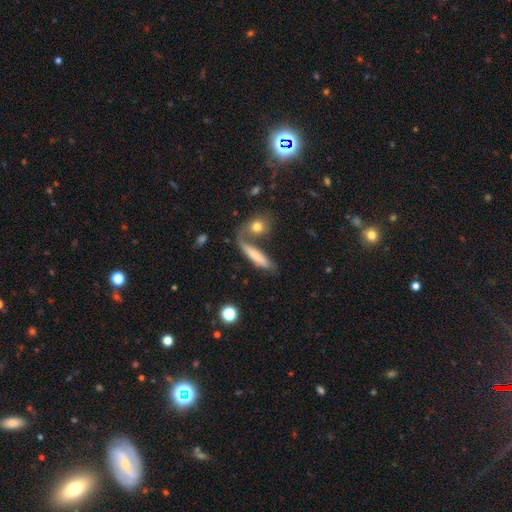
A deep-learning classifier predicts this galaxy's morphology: A smooth galaxy with no disk features (63%) that is cigar-shaped (73%). Merging: none (46%).